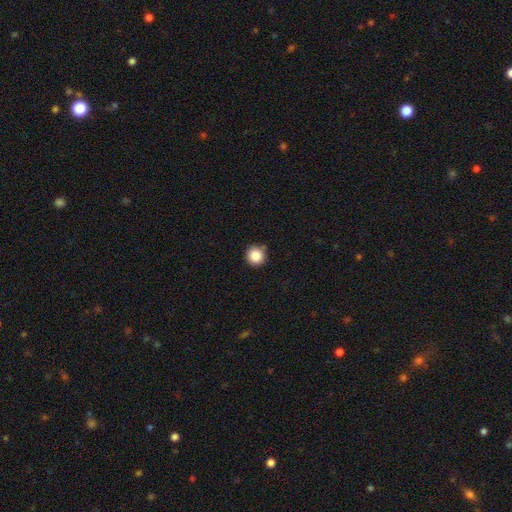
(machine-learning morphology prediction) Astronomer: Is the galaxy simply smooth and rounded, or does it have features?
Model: smooth — 87%.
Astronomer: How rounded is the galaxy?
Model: round — 95%.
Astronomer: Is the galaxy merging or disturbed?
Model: none — 83%.